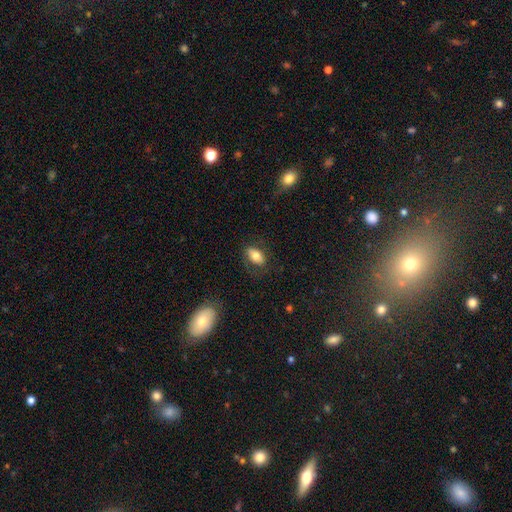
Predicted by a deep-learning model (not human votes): Overall: smooth (74%). How rounded: in between (90%). Merging: none (74%).